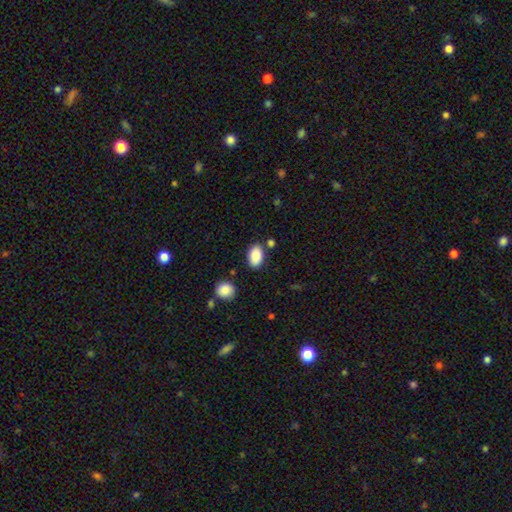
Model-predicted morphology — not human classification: The model was most divided on "merging": none: 81%, minor disturbance: 11%, merger: 5%, major disturbance: 3%. More confident: how rounded — in between (91%); smooth or featured — smooth (89%).